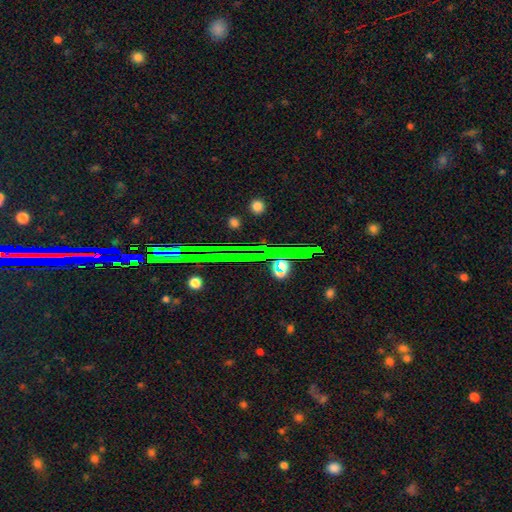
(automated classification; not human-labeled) smooth-or-featured: star or artifact: 77% | featured or disk: 12% | smooth: 11%